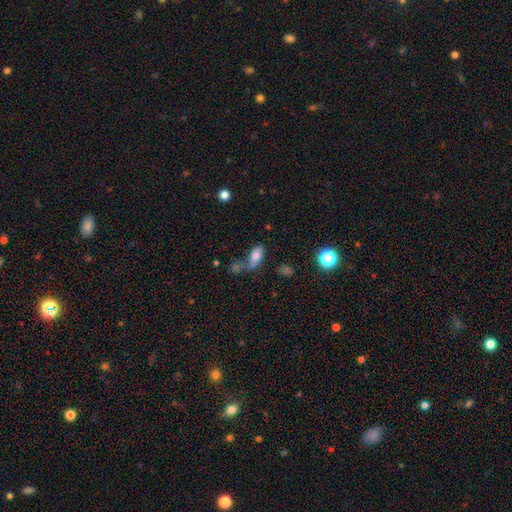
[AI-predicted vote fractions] Smooth or featured? Predicted: smooth (p=0.76). How rounded? Predicted: in between (p=0.85). Merging? Predicted: none (p=0.47).